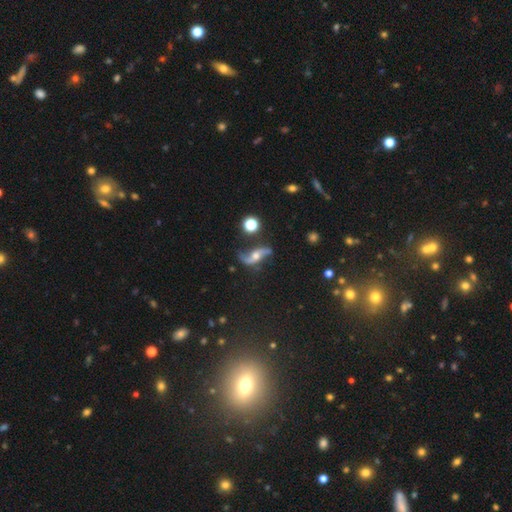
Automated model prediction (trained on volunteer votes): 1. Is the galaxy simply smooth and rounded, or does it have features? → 85% featured or disk, 8% smooth, 7% star or artifact.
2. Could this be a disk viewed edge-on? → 90% no, 10% yes.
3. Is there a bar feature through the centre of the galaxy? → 60% no, 25% weak, 15% strong.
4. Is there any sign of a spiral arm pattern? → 96% yes, 4% no.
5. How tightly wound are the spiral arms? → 89% loose, 8% medium, 3% tight.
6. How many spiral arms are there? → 93% 2, 3% 1, 2% can't tell, 1% 3, 1% 4, 1% more than 4.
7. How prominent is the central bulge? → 62% moderate, 25% small, 8% large, 3% none, 2% dominant.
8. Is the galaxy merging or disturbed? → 71% none, 16% minor disturbance, 9% major disturbance, 4% merger.